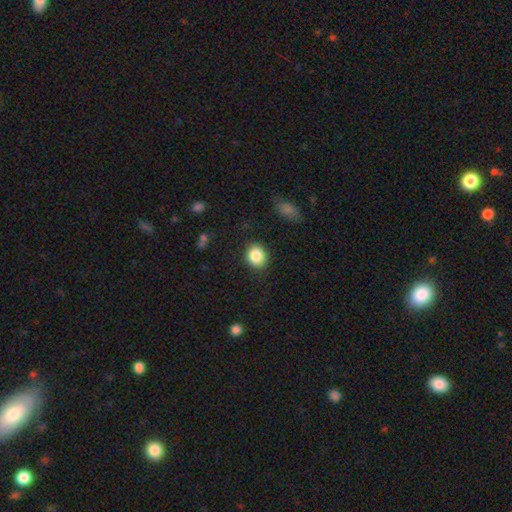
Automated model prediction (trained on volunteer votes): smooth_or_featured: smooth (p=0.86) [alt: star or artifact p=0.09]
how_rounded: round (p=0.60) [alt: in between p=0.39]
merging: none (p=0.88) [alt: minor disturbance p=0.09]